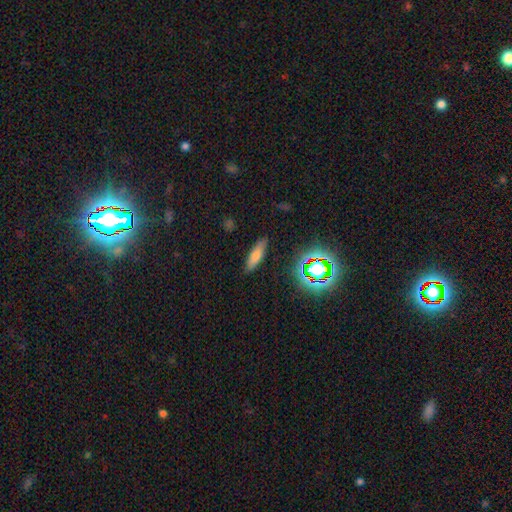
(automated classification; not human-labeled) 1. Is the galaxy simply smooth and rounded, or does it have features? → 64% smooth, 21% featured or disk, 15% star or artifact.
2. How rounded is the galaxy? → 52% cigar-shaped, 44% in between, 4% round.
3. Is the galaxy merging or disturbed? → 86% none, 10% minor disturbance, 2% major disturbance, 2% merger.